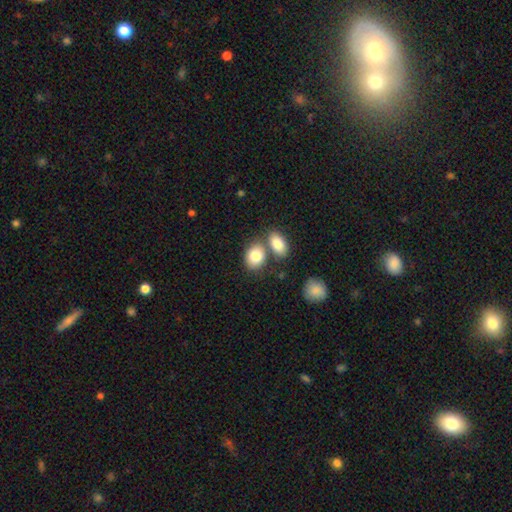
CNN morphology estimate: This appears to be a smooth galaxy with no disk features (83%) that is in between round and cigar-shaped (71%). Merging: none (51%).